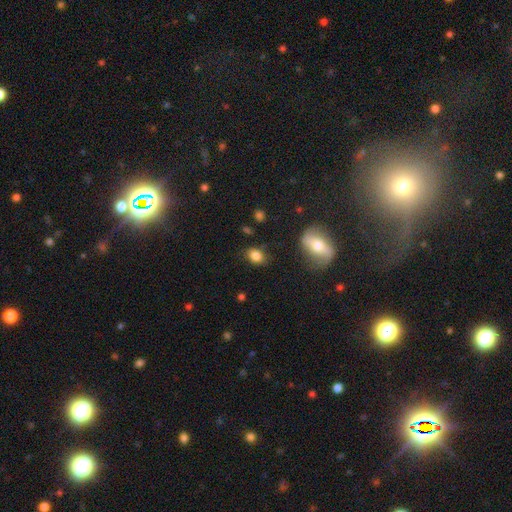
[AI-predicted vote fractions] smooth_or_featured: smooth (p=0.82) [alt: star or artifact p=0.10]
how_rounded: in between (p=0.72) [alt: round p=0.27]
merging: none (p=0.73) [alt: minor disturbance p=0.19]